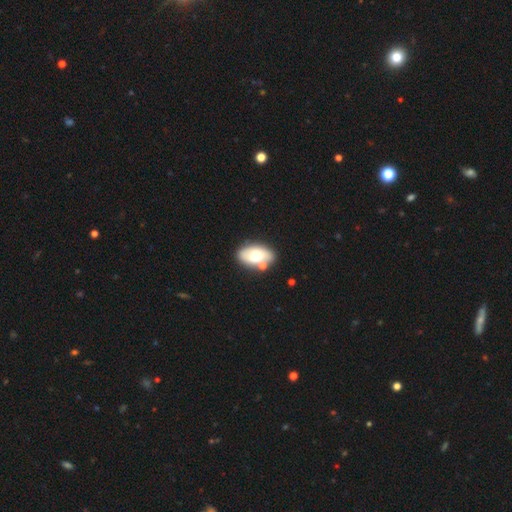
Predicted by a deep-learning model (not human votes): Morphology: type=smooth (59%); roundness=in between (92%); merging=none (68%).